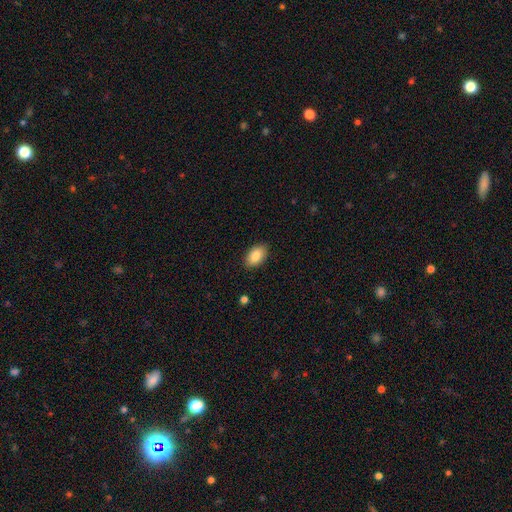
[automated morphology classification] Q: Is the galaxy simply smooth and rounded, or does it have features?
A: smooth — 86%.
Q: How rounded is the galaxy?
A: in between — 92%.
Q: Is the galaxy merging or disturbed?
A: none — 88%.